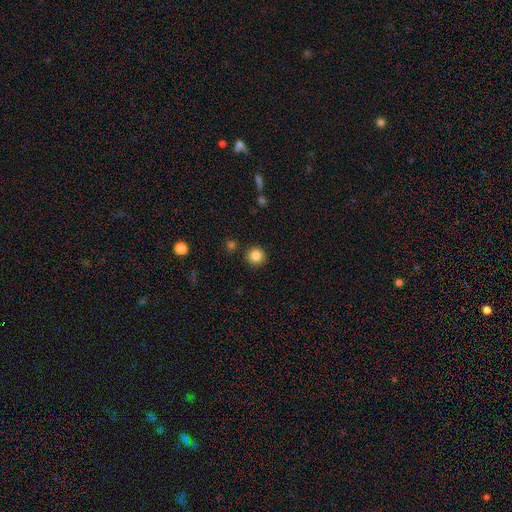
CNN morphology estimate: This is clearly a smooth galaxy (85%). How rounded: clearly round (94%). Merging: clearly none (90%).